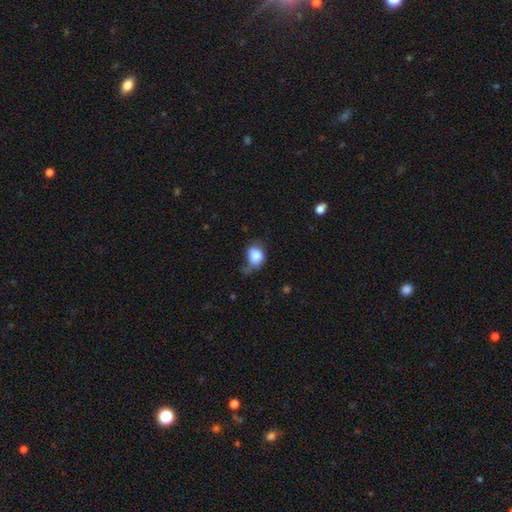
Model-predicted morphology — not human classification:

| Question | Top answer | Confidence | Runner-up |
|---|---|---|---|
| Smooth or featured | smooth | 82% | featured or disk (9%) |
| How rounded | round | 55% | in between (44%) |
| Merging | none | 36% | tied: minor disturbance (36%) |